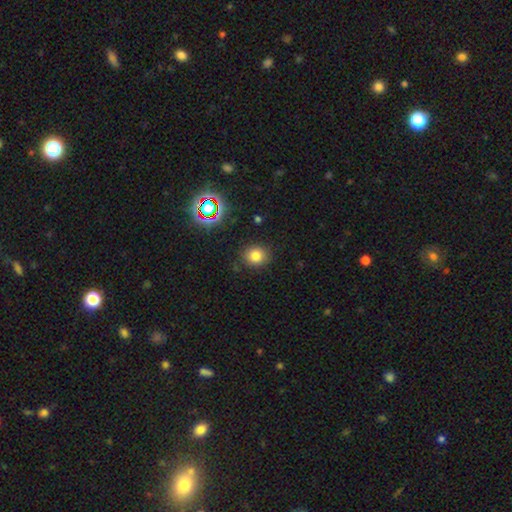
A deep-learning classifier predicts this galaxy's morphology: A smooth galaxy with no disk features (78%) that is round (79%).

Vote fractions:
- Smooth or featured? smooth: 78% / star or artifact: 16% / featured or disk: 7%
- How rounded? round: 79% / in between: 20% / cigar-shaped: 1%
- Merging? none: 87% / minor disturbance: 9% / major disturbance: 3% / merger: 2%